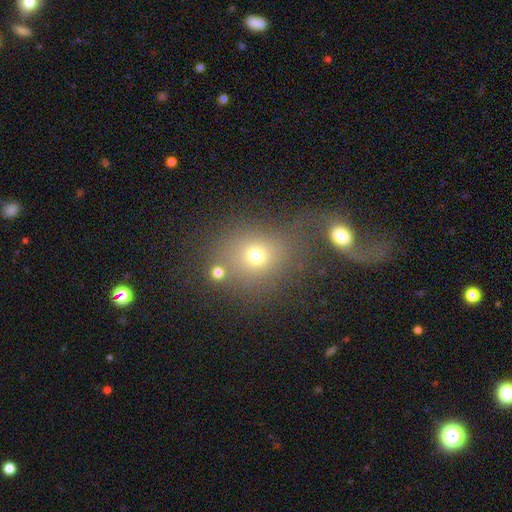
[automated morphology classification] This is likely a smooth galaxy (67%). How rounded: likely round (69%). Merging: possibly none (53%).